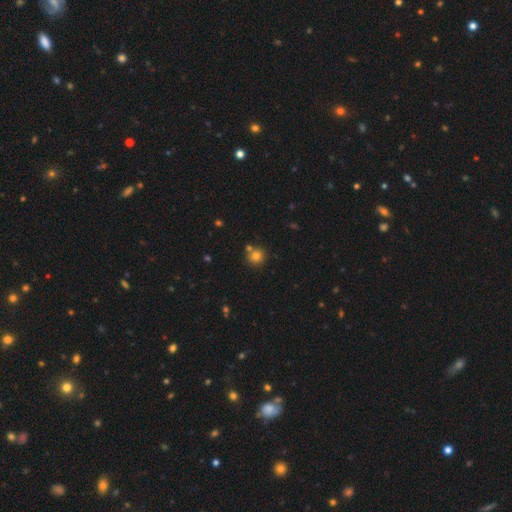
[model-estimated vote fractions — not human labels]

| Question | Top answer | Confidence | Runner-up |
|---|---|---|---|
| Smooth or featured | smooth | 78% | star or artifact (14%) |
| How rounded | round | 91% | in between (8%) |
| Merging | none | 74% | merger (15%) |